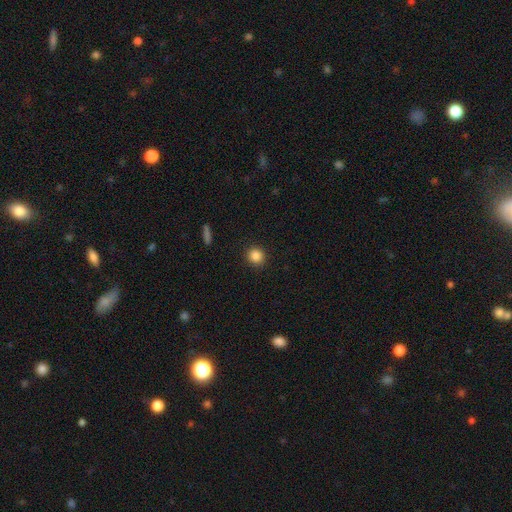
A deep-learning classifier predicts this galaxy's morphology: type=smooth (86%); roundness=round (91%); merging=none (92%).